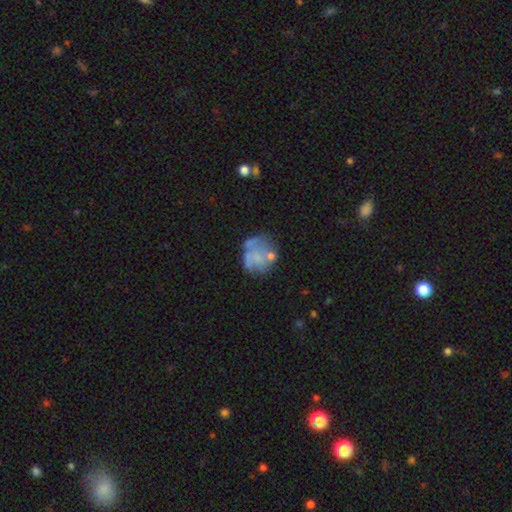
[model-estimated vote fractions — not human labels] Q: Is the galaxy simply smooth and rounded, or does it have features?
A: featured or disk — 47%.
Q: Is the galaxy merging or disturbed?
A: none — 46%.